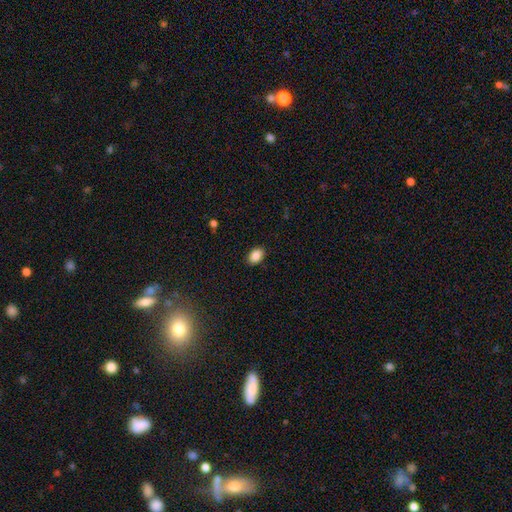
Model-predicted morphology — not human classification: The model was most divided on "how rounded": in between: 82%, round: 17%, cigar-shaped: 1%. More confident: merging — none (89%); smooth or featured — smooth (88%).